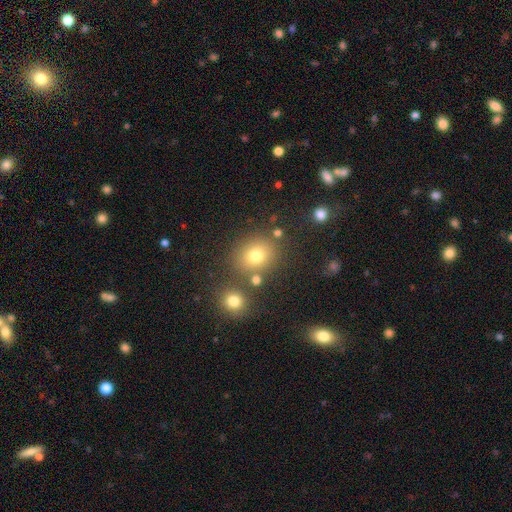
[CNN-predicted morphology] Overall: smooth (75%). How rounded: round (72%). Merging: none (75%).